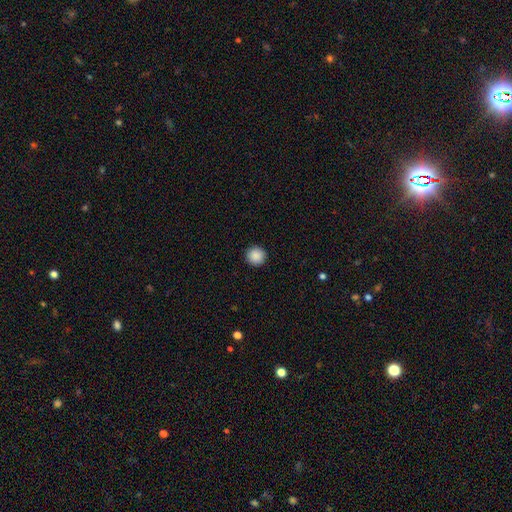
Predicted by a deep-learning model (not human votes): A smooth galaxy with no disk features (89%) that is round (96%). Merging: none (93%).